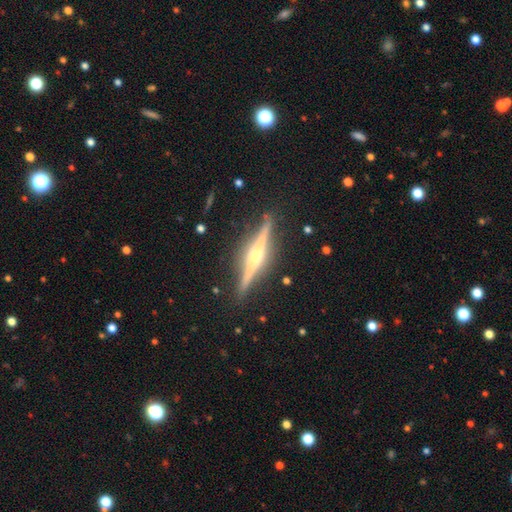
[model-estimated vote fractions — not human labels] Smooth or featured? Predicted: featured or disk (p=0.83). Edge-on disk? Predicted: yes (p=0.98). Edge-on bulge? Predicted: rounded (p=0.81). Merging? Predicted: none (p=0.90).